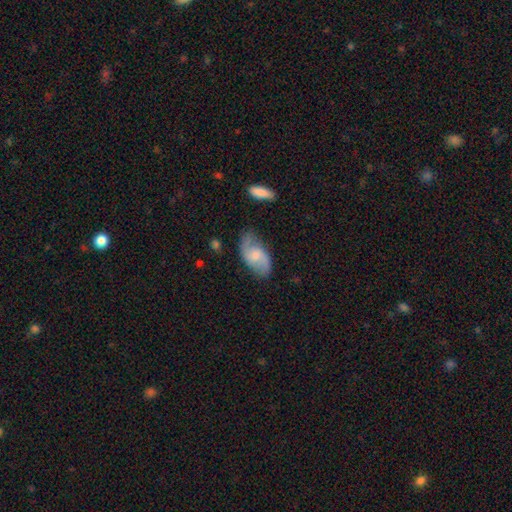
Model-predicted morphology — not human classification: Smooth or featured? Predicted: featured or disk (p=0.63). Edge-on disk? Predicted: no (p=0.95). Bar? Predicted: no (p=0.50). Spiral arms? Predicted: yes (p=0.90). Spiral winding? Predicted: loose (p=0.45). Spiral arm count? Predicted: 2 (p=0.87). Bulge size? Predicted: small (p=0.45). Merging? Predicted: none (p=0.73).